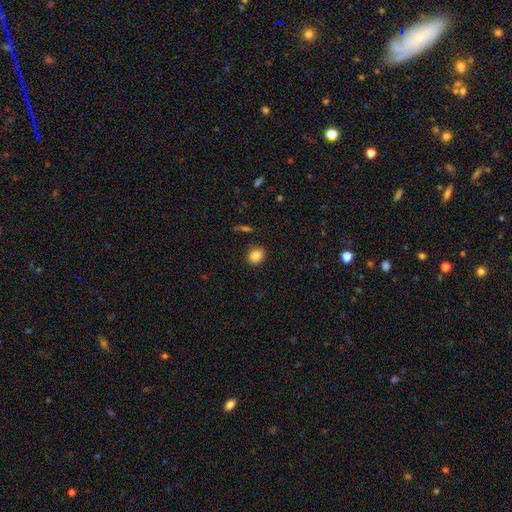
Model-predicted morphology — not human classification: A smooth galaxy with no disk features (83%) that is round (80%). Merging: none (87%).